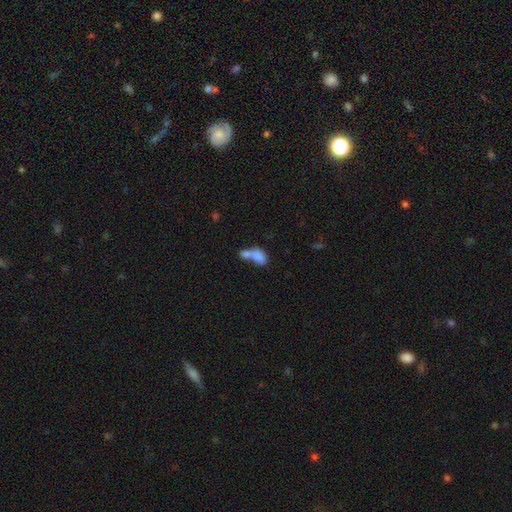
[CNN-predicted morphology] Overall: smooth (77%). How rounded: in between (82%). Merging: merger (71%).